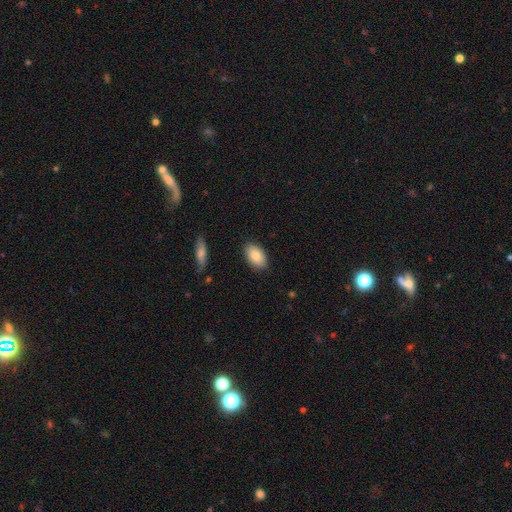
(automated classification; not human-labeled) Overall: smooth (85%). How rounded: in between (93%). Merging: none (87%).